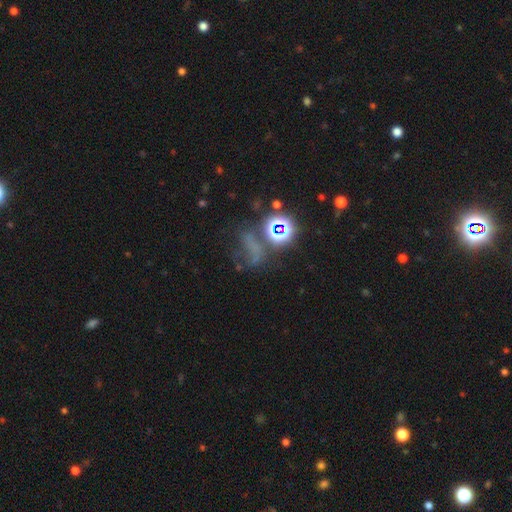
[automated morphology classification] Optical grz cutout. It shows a star or artifact, not a galaxy (55%).